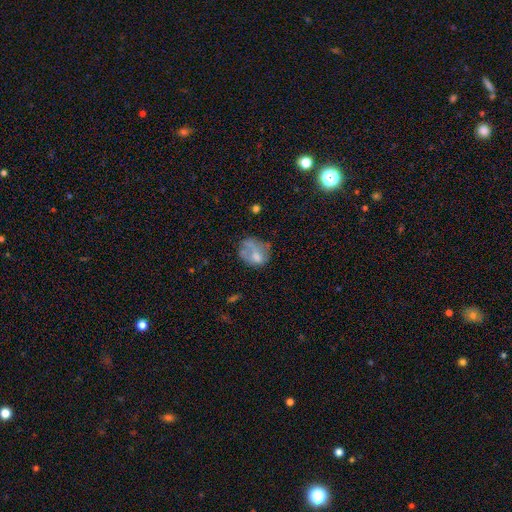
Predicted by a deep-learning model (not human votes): smooth 54%, featured or disk 35%, star or artifact 11%. Down the decision tree: how rounded — round (50%); merging — none (36%).